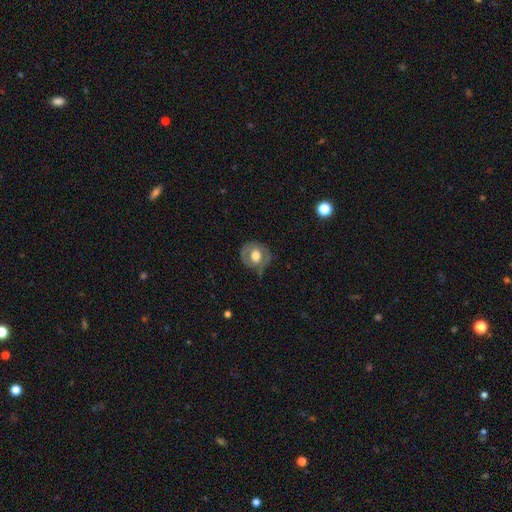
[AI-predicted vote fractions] smooth 50%, featured or disk 44%, star or artifact 7%. Down the decision tree: merging — none (64%).